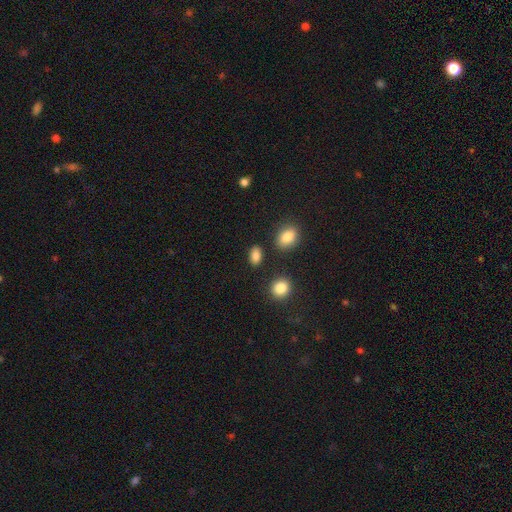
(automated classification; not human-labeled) Q: Smooth or featured?
A: smooth (86%); runner-up: star or artifact (10%)
Q: How rounded?
A: in between (83%); runner-up: round (15%)
Q: Merging?
A: none (85%); runner-up: minor disturbance (9%)